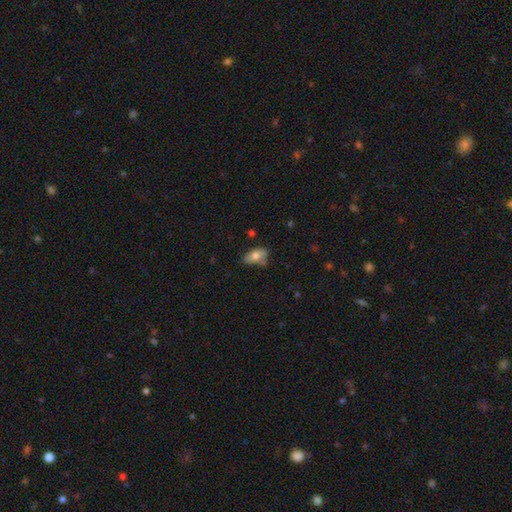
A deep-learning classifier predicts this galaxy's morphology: Smooth or featured? Predicted: smooth (p=0.66). How rounded? Predicted: in between (p=0.89). Merging? Predicted: none (p=0.40).